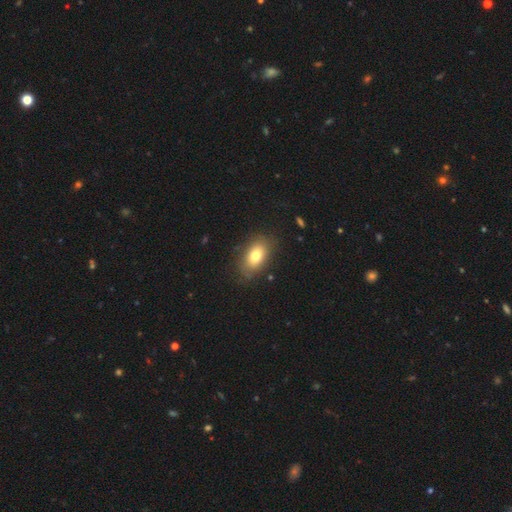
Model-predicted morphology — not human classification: smooth-or-featured: smooth: 76% | featured or disk: 16% | star or artifact: 9%
  how-rounded: in between: 88% | round: 10% | cigar-shaped: 2%
  merging: none: 81% | minor disturbance: 14% | major disturbance: 4% | merger: 1%